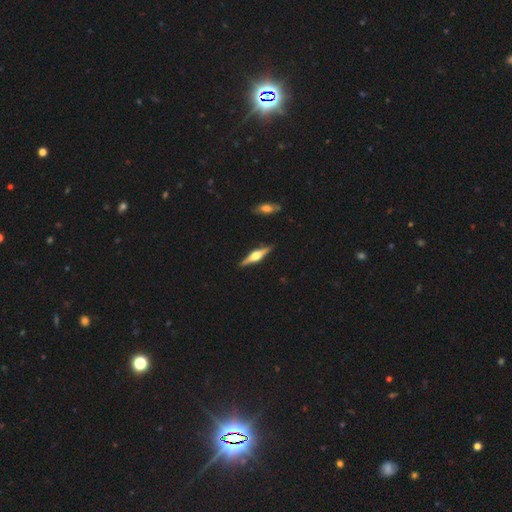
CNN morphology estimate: Smooth or featured: featured or disk — 75% (smooth — 21%)
Edge-on disk: yes — 98% (no — 2%)
Edge-on bulge: rounded — 93% (boxy — 5%)
Merging: none — 91% (minor disturbance — 7%)